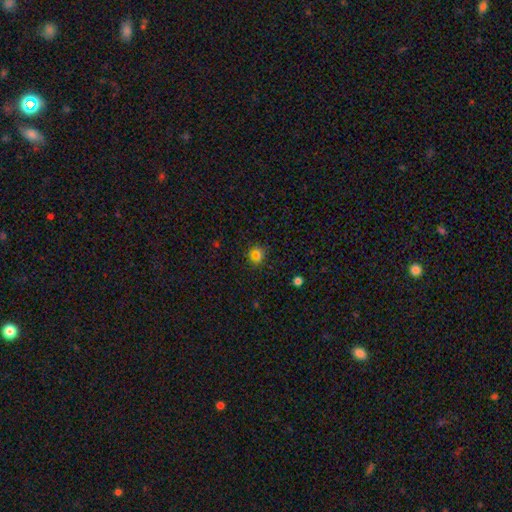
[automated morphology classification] Smooth or featured?
  - smooth: 69% *
  - star or artifact: 24%
  - featured or disk: 7%
How rounded?
  - round: 82% *
  - in between: 17%
  - cigar-shaped: 1%
Merging?
  - none: 84% *
  - minor disturbance: 11%
  - major disturbance: 3%
  - merger: 2%